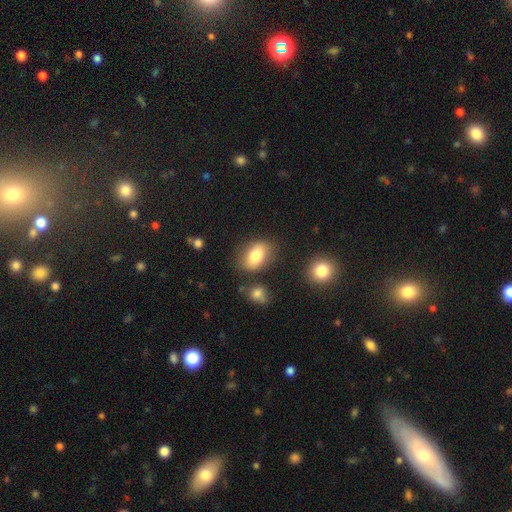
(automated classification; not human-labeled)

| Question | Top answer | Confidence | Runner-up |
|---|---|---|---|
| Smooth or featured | smooth | 78% | featured or disk (14%) |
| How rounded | in between | 83% | round (15%) |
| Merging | none | 75% | minor disturbance (15%) |